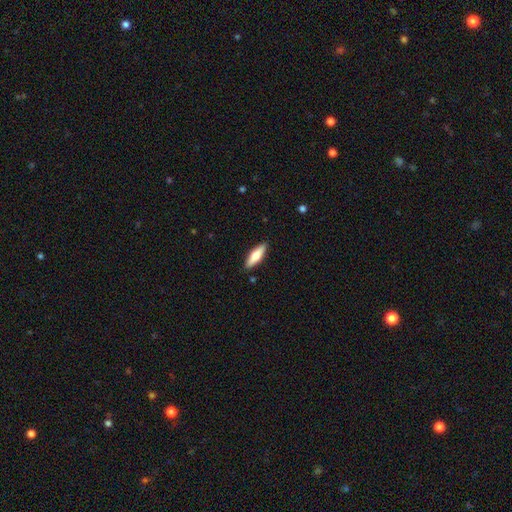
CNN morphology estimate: A smooth galaxy with no disk features (66%) that is cigar-shaped (54%).

Vote fractions:
- Smooth or featured? smooth: 66% / featured or disk: 28% / star or artifact: 5%
- How rounded? cigar-shaped: 54% / in between: 44% / round: 2%
- Merging? none: 89% / minor disturbance: 8% / major disturbance: 2% / merger: 1%